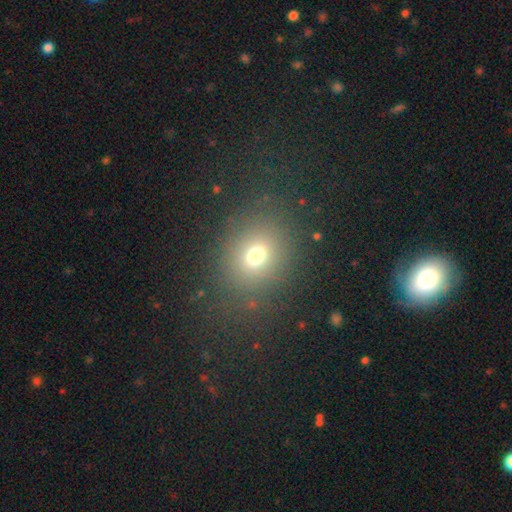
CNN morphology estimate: A smooth galaxy with no disk features (70%) that is round (60%).

Vote fractions:
- Smooth or featured? smooth: 70% / star or artifact: 19% / featured or disk: 11%
- How rounded? round: 60% / in between: 39% / cigar-shaped: 1%
- Merging? none: 81% / minor disturbance: 10% / major disturbance: 6% / merger: 2%